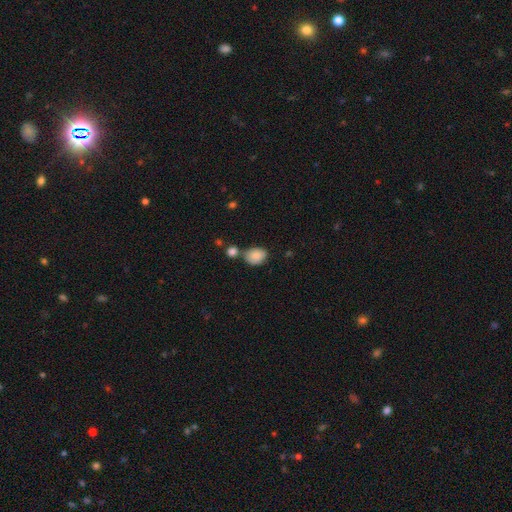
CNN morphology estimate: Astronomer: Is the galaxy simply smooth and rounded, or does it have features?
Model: smooth — 86%.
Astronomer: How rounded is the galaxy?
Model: in between — 61% (runner-up: round, 38%).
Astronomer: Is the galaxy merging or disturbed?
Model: none — 56%.